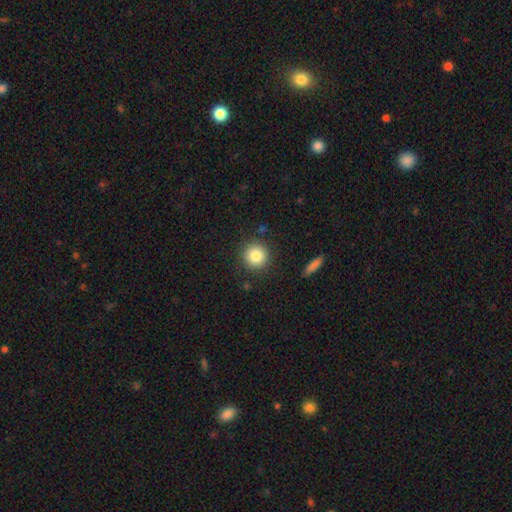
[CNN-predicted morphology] A smooth galaxy with no disk features (83%) that is round (94%).

Vote fractions:
- Smooth or featured? smooth: 83% / star or artifact: 10% / featured or disk: 7%
- How rounded? round: 94% / in between: 5% / cigar-shaped: 1%
- Merging? none: 88% / minor disturbance: 7% / major disturbance: 3% / merger: 2%